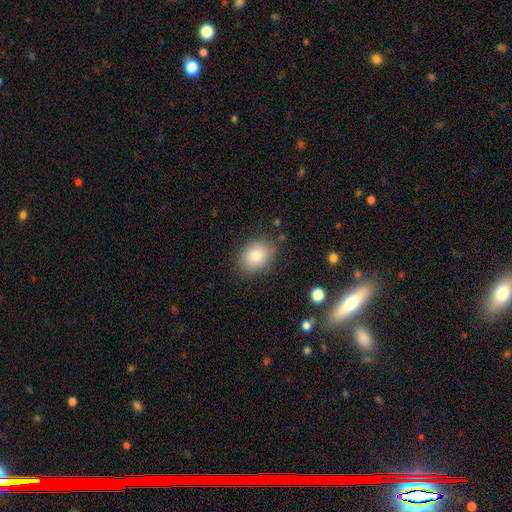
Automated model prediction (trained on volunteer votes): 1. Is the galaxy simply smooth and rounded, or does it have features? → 83% smooth, 9% featured or disk, 8% star or artifact.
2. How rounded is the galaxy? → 69% in between, 30% round, 1% cigar-shaped.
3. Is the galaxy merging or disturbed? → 84% none, 12% minor disturbance, 3% major disturbance, 2% merger.